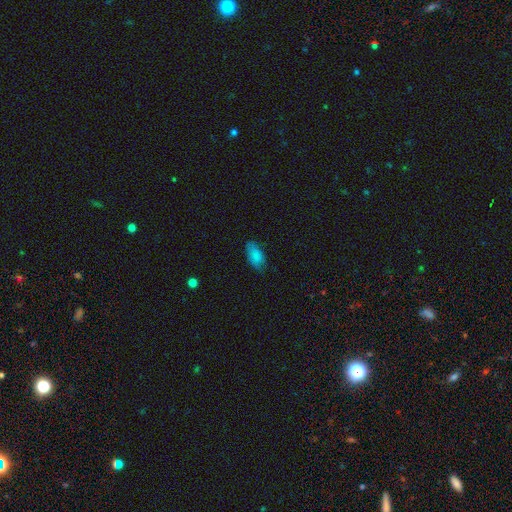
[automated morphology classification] Q: Smooth or featured?
A: smooth (84%); runner-up: star or artifact (8%)
Q: How rounded?
A: in between (91%); runner-up: cigar-shaped (6%)
Q: Merging?
A: none (74%); runner-up: minor disturbance (20%)